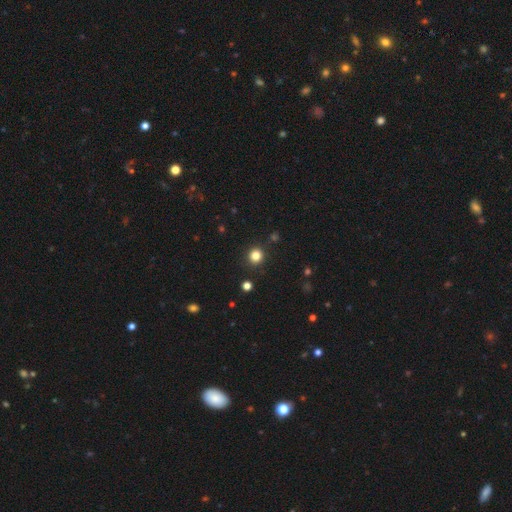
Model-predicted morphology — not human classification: A smooth galaxy with no disk features (82%) that is round (93%).

Vote fractions:
- Smooth or featured? smooth: 82% / star or artifact: 13% / featured or disk: 5%
- How rounded? round: 93% / in between: 7% / cigar-shaped: 1%
- Merging? none: 91% / minor disturbance: 5% / major disturbance: 2% / merger: 2%